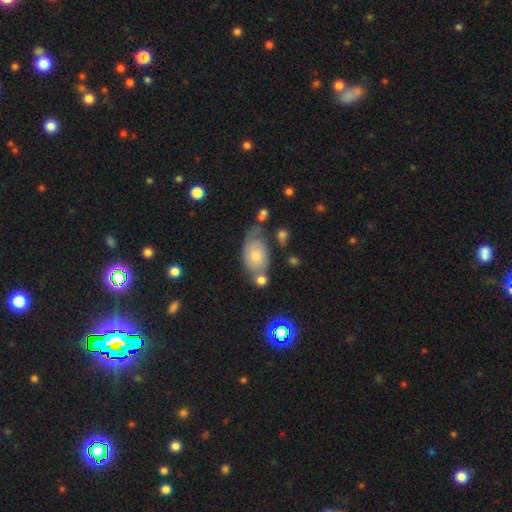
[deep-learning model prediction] Morphology: type=smooth (57%); roundness=in between (88%); merging=none (39%).